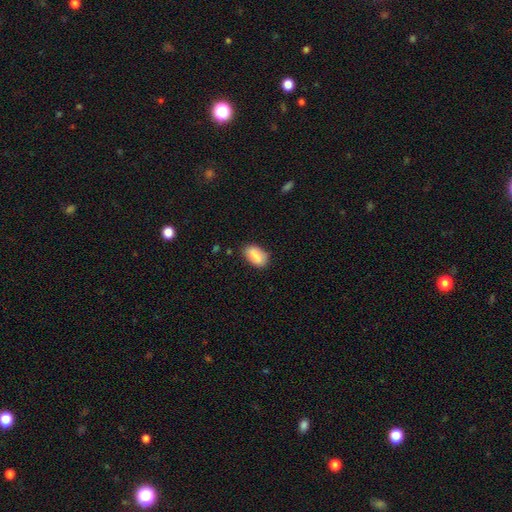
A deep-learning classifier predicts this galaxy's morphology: Smooth or featured? Predicted: smooth (p=0.84). How rounded? Predicted: in between (p=0.91). Merging? Predicted: none (p=0.81).